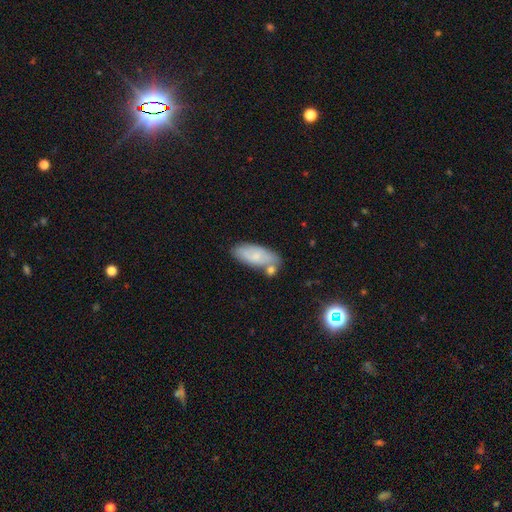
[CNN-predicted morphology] Smooth or featured? smooth (70%)
How rounded? in between (81%)
Merging? none (62%)